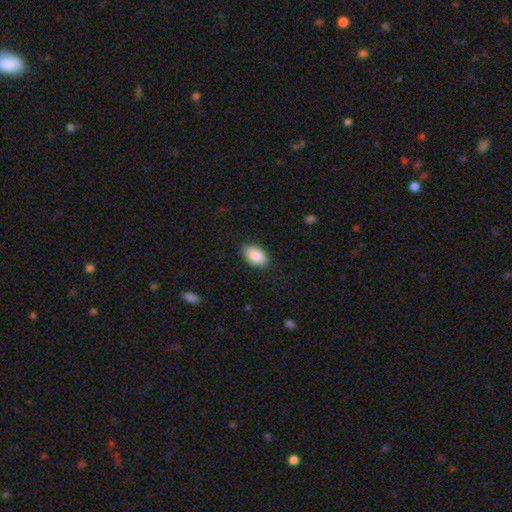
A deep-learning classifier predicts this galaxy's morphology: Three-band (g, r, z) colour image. It shows a smooth galaxy with no disk features (90%) that is in between round and cigar-shaped (94%). Merging: none (88%).